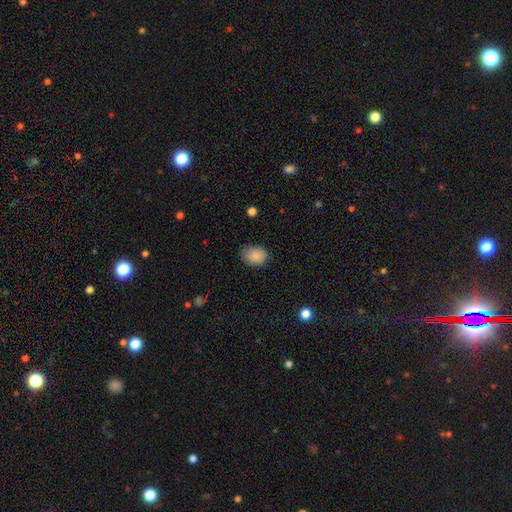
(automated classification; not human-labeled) Overall: smooth (87%). How rounded: in between (61%; round 39%). Merging: none (78%).